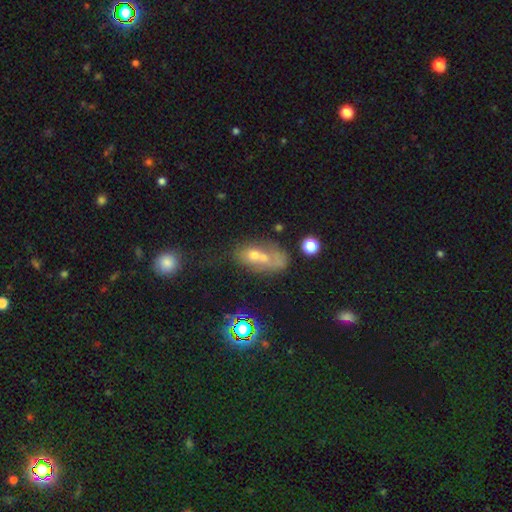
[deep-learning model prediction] smooth_or_featured: smooth (p=0.48) [alt: featured or disk p=0.30]
merging: merger (p=0.55) [alt: none p=0.23]